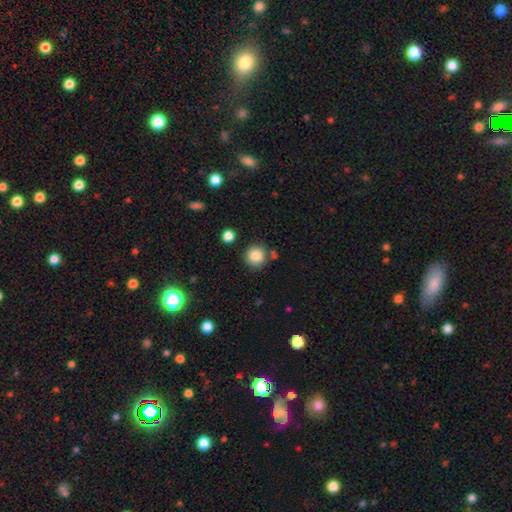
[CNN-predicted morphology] Smooth or featured: smooth — 85% (star or artifact — 10%)
How rounded: round — 93% (in between — 6%)
Merging: none — 81% (minor disturbance — 9%)